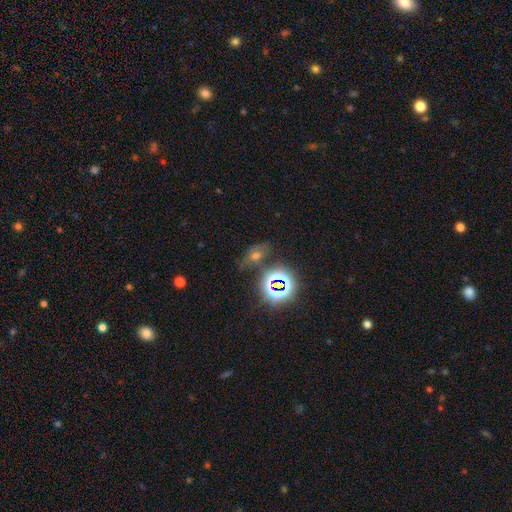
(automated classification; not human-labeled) Overall: star or artifact (48%; smooth 33%).